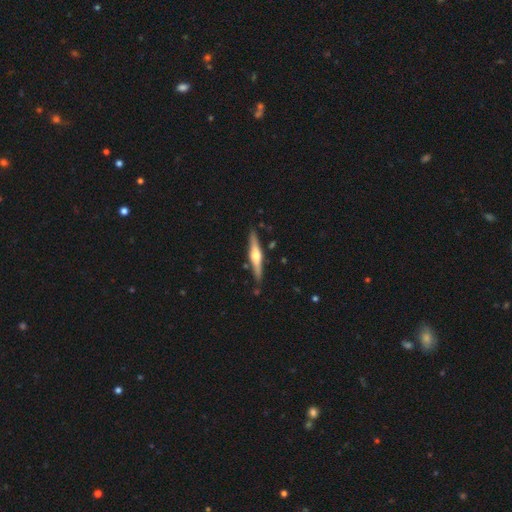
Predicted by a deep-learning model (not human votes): A featured or disk galaxy (68%) viewed edge-on (97%) with a rounded central bulge (92%). Merging: none (86%).